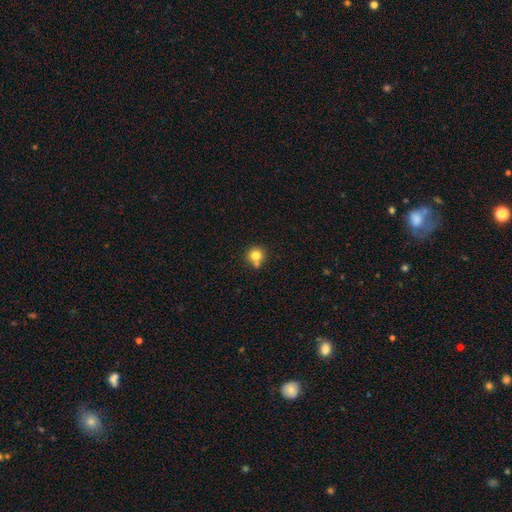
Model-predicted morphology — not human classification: Smooth or featured? smooth (78%)
How rounded? round (91%)
Merging? none (62%)